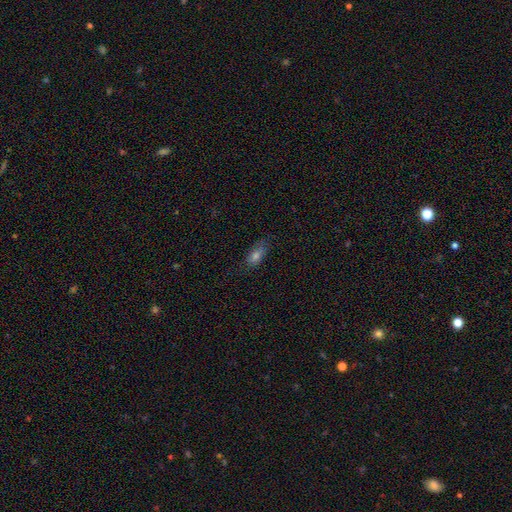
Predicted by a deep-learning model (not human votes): Morphology: type=smooth (64%); roundness=in between (76%); merging=none (70%).